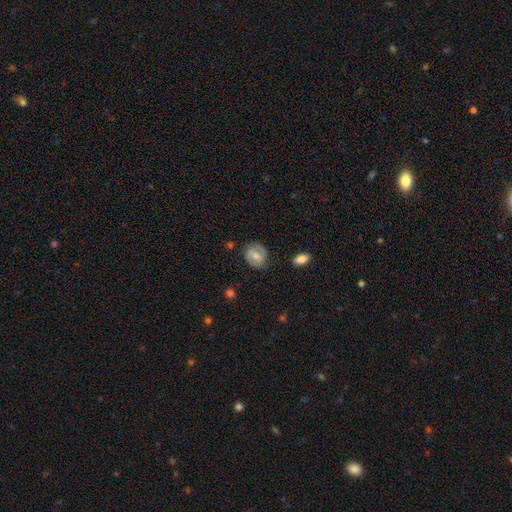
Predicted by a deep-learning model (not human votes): A featured or disk galaxy (61%) with a weak bar (47%), spiral arms (81%) and a moderate central bulge (57%).

Vote fractions:
- Smooth or featured? featured or disk: 61% / smooth: 33% / star or artifact: 7%
- Edge-on disk? no: 96% / yes: 4%
- Bar? weak: 47% / strong: 29% / no: 24%
- Spiral arms? yes: 81% / no: 19%
- Bulge size? moderate: 57% / small: 36% / large: 3% / none: 2% / dominant: 1%
- Merging? none: 79% / minor disturbance: 15% / major disturbance: 4% / merger: 2%